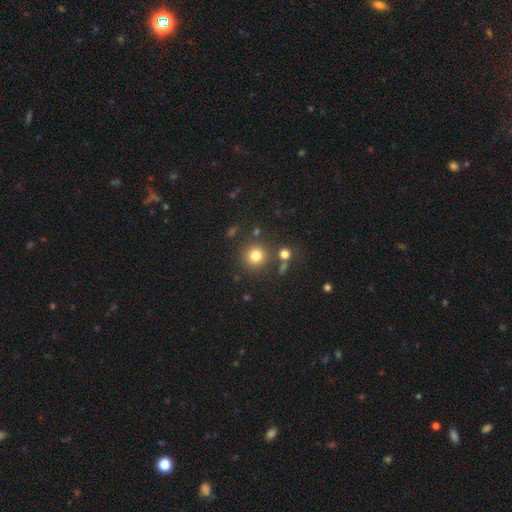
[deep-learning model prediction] Morphology: type=smooth (79%); roundness=round (93%); merging=none (81%).